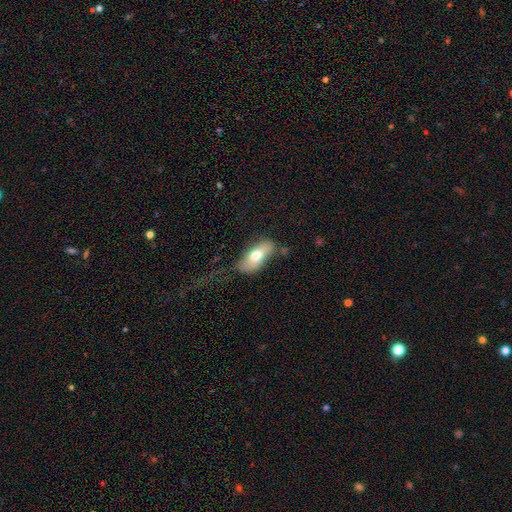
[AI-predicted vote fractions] smooth 68%, featured or disk 25%, star or artifact 6%. Down the decision tree: how rounded — in between (85%); merging — none (55%).